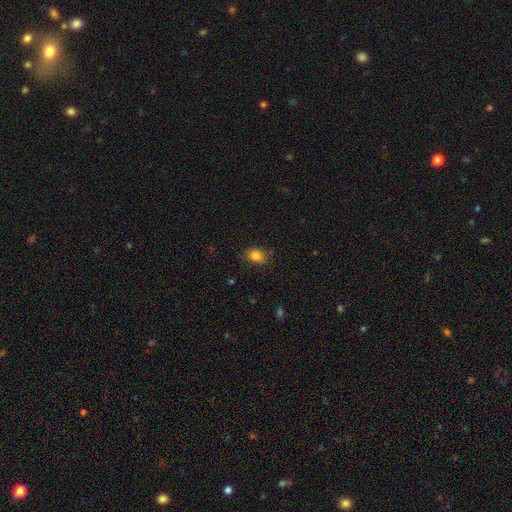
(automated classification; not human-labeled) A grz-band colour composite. It shows a smooth galaxy with no disk features (83%) that is in between round and cigar-shaped (61%). Merging: none (82%).